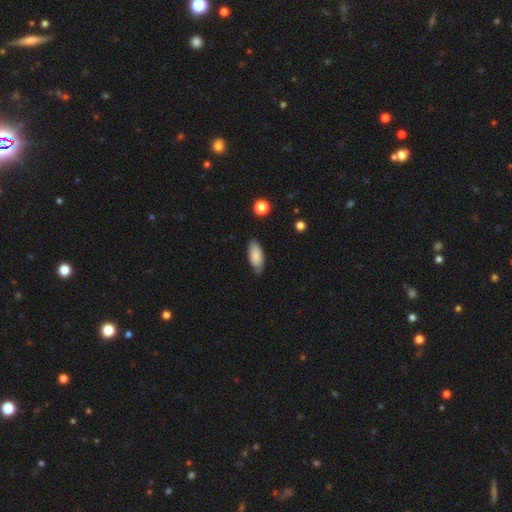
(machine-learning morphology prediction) smooth_or_featured: smooth (p=0.86) [alt: featured or disk p=0.08]
how_rounded: in between (p=0.85) [alt: cigar-shaped p=0.13]
merging: none (p=0.79) [alt: minor disturbance p=0.17]